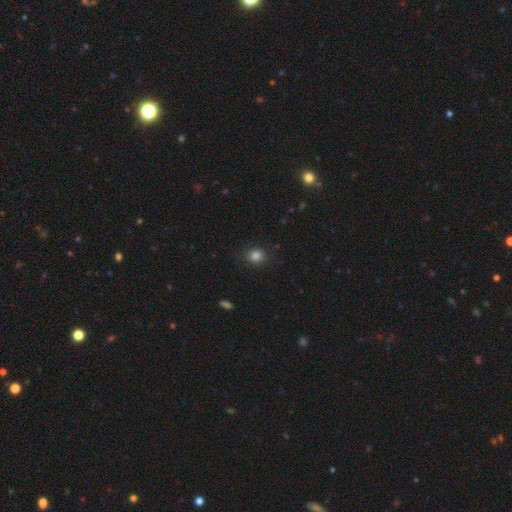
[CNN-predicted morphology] This appears to be a smooth galaxy with no disk features (83%) that is round (78%). Merging: none (88%).